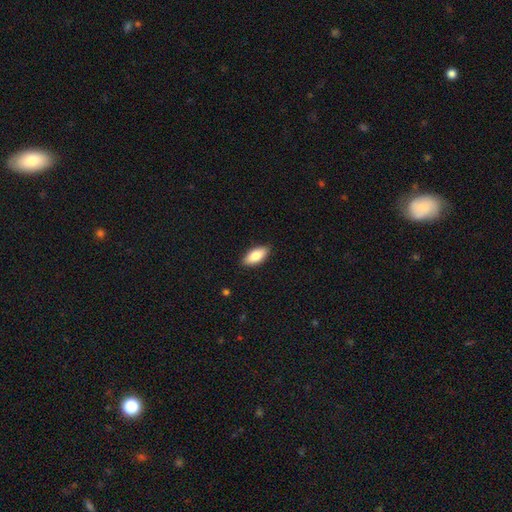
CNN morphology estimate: Q: Smooth or featured?
A: smooth (83%); runner-up: featured or disk (11%)
Q: How rounded?
A: in between (87%); runner-up: cigar-shaped (10%)
Q: Merging?
A: none (88%); runner-up: minor disturbance (9%)